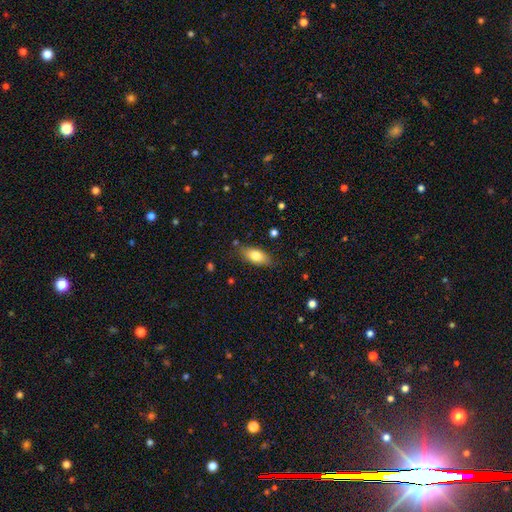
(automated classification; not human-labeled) Q: Smooth or featured?
A: smooth (77%); runner-up: featured or disk (16%)
Q: How rounded?
A: in between (86%); runner-up: cigar-shaped (10%)
Q: Merging?
A: none (81%); runner-up: minor disturbance (14%)